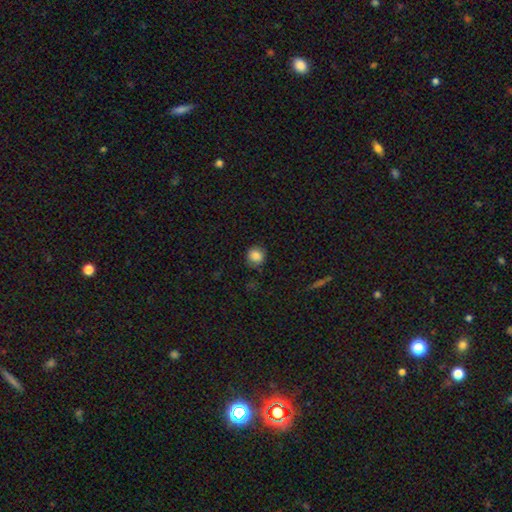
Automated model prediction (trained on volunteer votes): smooth 85%, star or artifact 11%, featured or disk 5%. Down the decision tree: how rounded — round (88%); merging — none (86%).